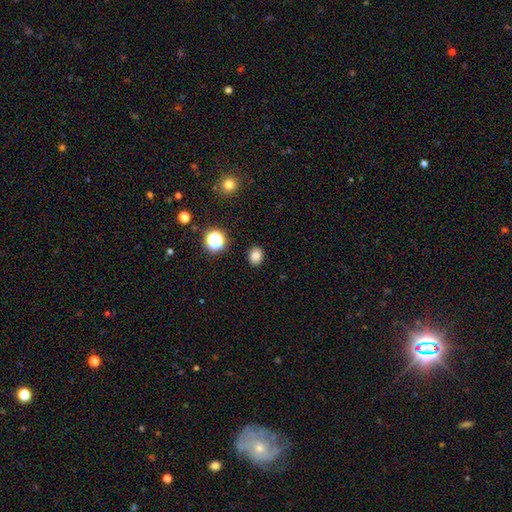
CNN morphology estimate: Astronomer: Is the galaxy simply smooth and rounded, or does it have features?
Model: smooth — 82%.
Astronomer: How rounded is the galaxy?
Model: in between — 54% (runner-up: round, 45%).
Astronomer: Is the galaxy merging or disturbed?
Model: none — 88%.